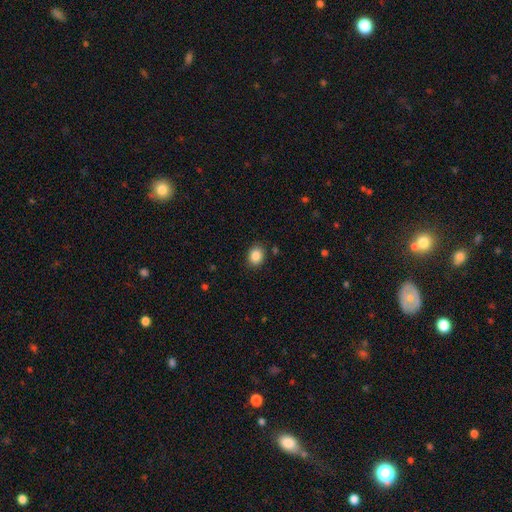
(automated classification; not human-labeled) smooth_or_featured: smooth (p=0.87) [alt: star or artifact p=0.09]
how_rounded: round (p=0.56) [alt: in between p=0.43]
merging: none (p=0.87) [alt: minor disturbance p=0.09]